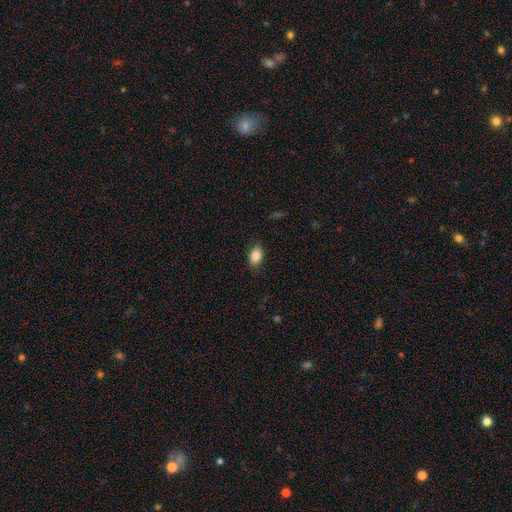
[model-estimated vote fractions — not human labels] A smooth galaxy with no disk features (86%) that is in between round and cigar-shaped (89%).

Vote fractions:
- Smooth or featured? smooth: 86% / star or artifact: 8% / featured or disk: 7%
- How rounded? in between: 89% / round: 10% / cigar-shaped: 2%
- Merging? none: 85% / minor disturbance: 11% / major disturbance: 2% / merger: 1%